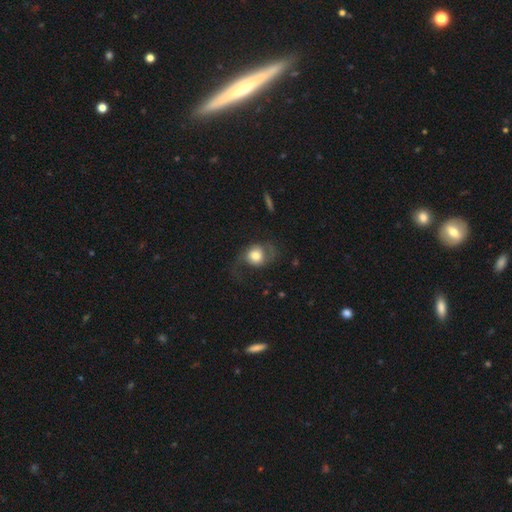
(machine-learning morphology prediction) Smooth or featured? smooth (53%)
How rounded? round (68%)
Merging? none (45%)